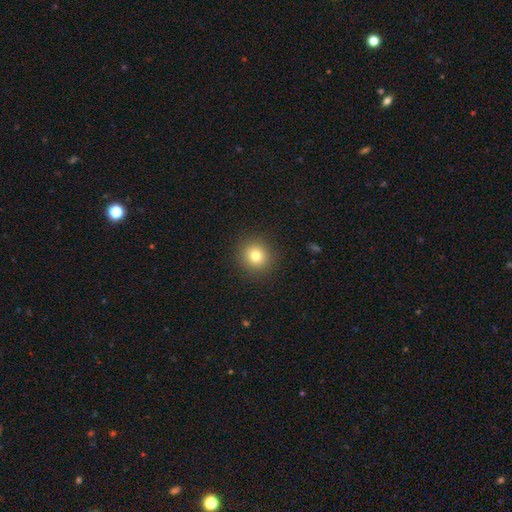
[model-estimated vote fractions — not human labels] Overall: smooth (79%). How rounded: round (91%). Merging: none (91%).